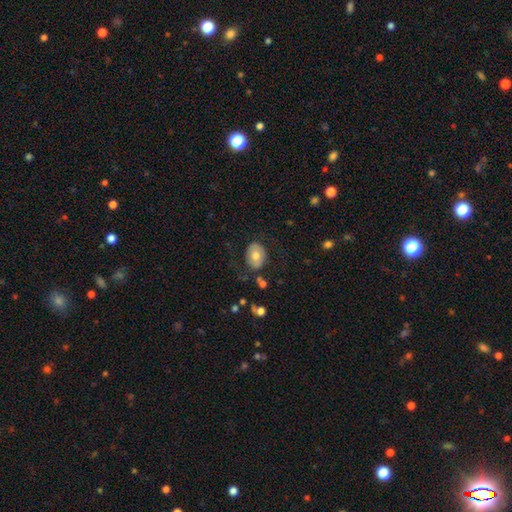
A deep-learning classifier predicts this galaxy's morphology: A smooth galaxy with no disk features (68%) that is in between round and cigar-shaped (66%). Merging: none (74%).